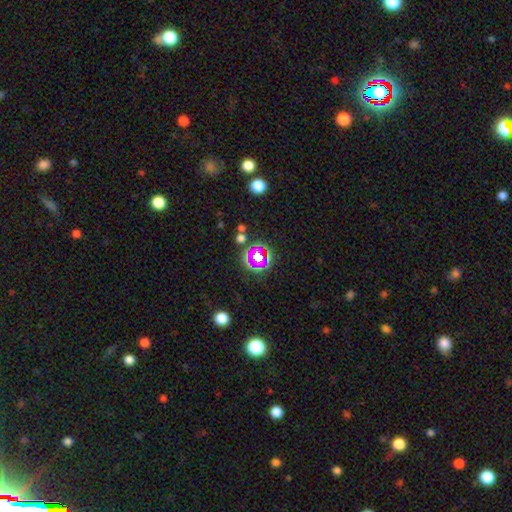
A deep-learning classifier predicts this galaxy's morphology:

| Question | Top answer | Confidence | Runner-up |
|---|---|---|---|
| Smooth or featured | star or artifact | 51% | smooth (33%) |